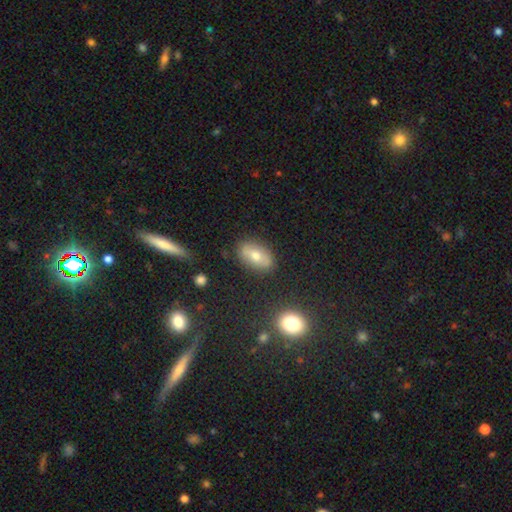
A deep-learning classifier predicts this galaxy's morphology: Smooth or featured? Predicted: smooth (p=0.60). How rounded? Predicted: in between (p=0.87). Merging? Predicted: none (p=0.82).